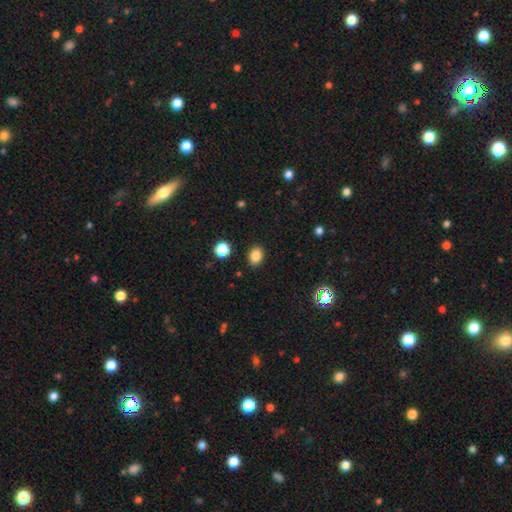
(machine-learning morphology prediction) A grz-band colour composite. It shows a smooth galaxy with no disk features (85%) that is in between round and cigar-shaped (67%). Merging: none (89%).